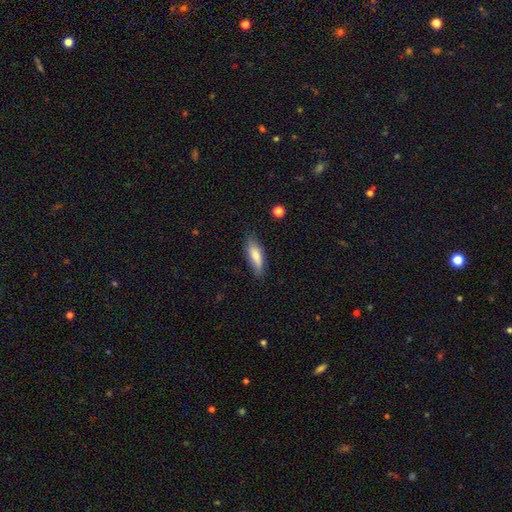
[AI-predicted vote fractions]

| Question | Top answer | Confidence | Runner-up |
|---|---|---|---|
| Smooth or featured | smooth | 76% | featured or disk (18%) |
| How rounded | in between | 51% | cigar-shaped (47%) |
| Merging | none | 74% | minor disturbance (20%) |